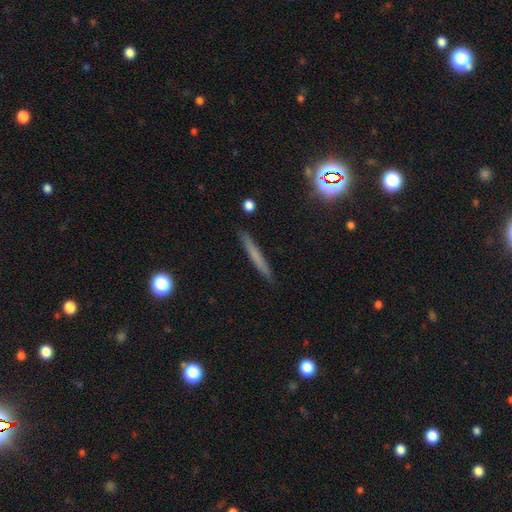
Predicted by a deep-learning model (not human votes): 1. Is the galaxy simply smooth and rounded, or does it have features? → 60% smooth, 30% featured or disk, 10% star or artifact.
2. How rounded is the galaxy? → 95% cigar-shaped, 3% in between, 2% round.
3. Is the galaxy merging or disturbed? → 90% none, 7% minor disturbance, 1% major disturbance, 1% merger.